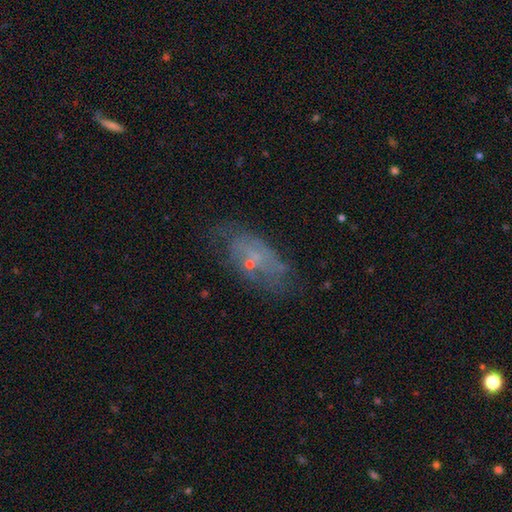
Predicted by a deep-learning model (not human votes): smooth_or_featured: featured or disk (p=0.46) [alt: smooth p=0.38]
merging: none (p=0.60) [alt: minor disturbance p=0.23]